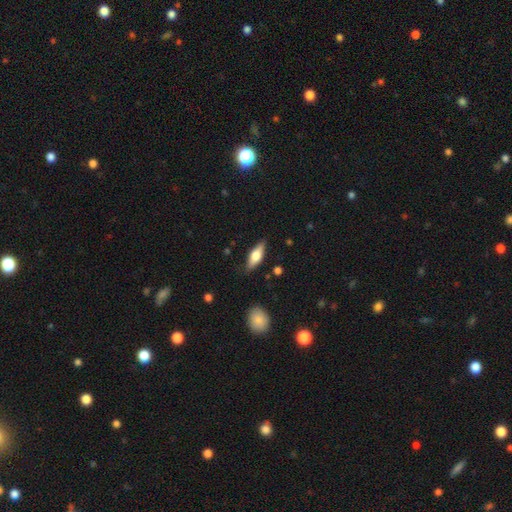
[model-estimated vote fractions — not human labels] This is possibly a smooth galaxy (56%). How rounded: likely in between (61%). Merging: clearly none (82%).